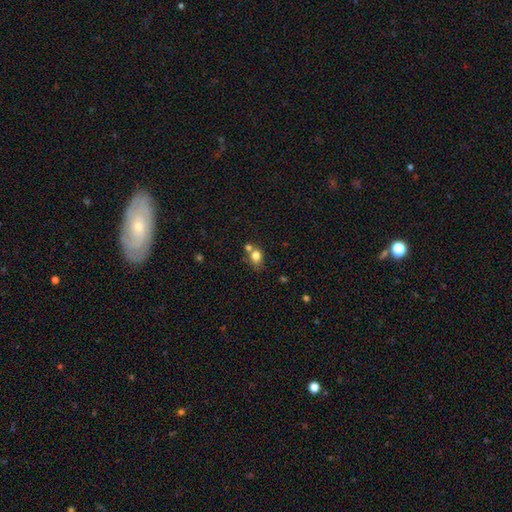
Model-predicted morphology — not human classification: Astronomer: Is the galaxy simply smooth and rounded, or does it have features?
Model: smooth — 78%.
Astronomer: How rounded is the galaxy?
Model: round — 52% (runner-up: in between, 47%).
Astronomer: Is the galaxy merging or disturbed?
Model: none — 47% (runner-up: merger, 35%).